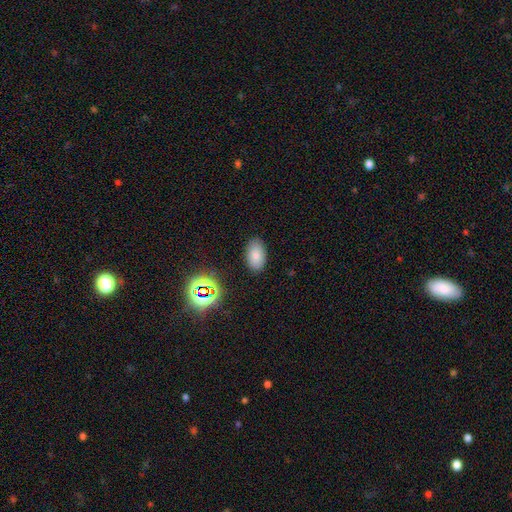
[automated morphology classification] Smooth or featured? Predicted: smooth (p=0.79). How rounded? Predicted: in between (p=0.93). Merging? Predicted: none (p=0.86).